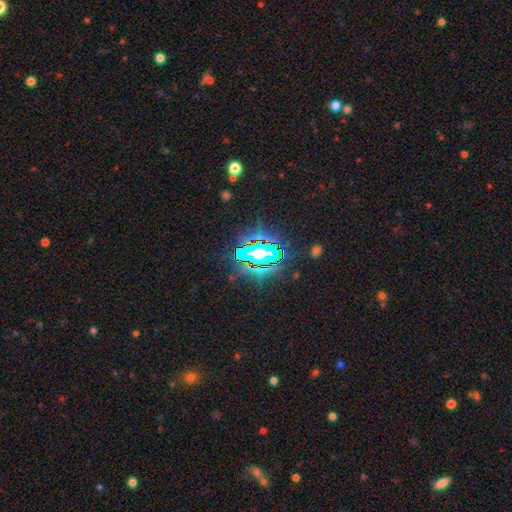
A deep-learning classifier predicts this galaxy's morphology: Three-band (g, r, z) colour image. It shows a star or artifact, not a galaxy (76%).